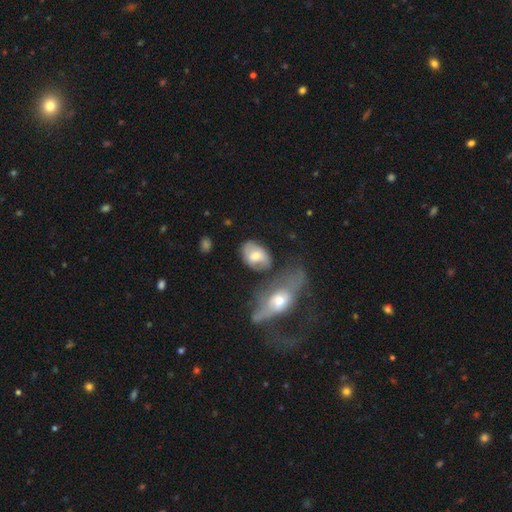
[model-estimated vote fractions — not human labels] A smooth galaxy with no disk features (56%) that is in between round and cigar-shaped (78%). Merging: none (50%).